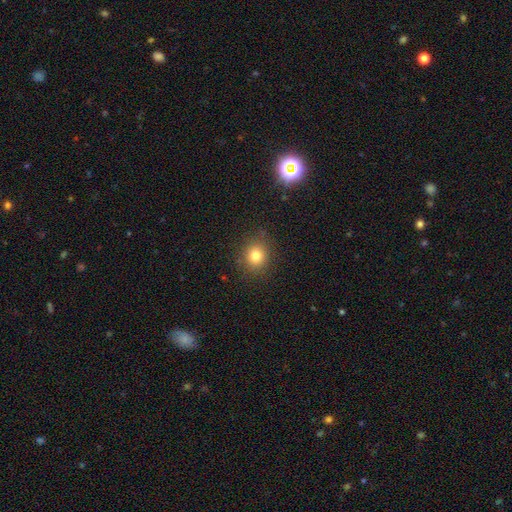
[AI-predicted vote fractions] smooth-or-featured: smooth: 79% | star or artifact: 14% | featured or disk: 8%
  how-rounded: round: 78% | in between: 21% | cigar-shaped: 1%
  merging: none: 86% | minor disturbance: 9% | major disturbance: 3% | merger: 1%